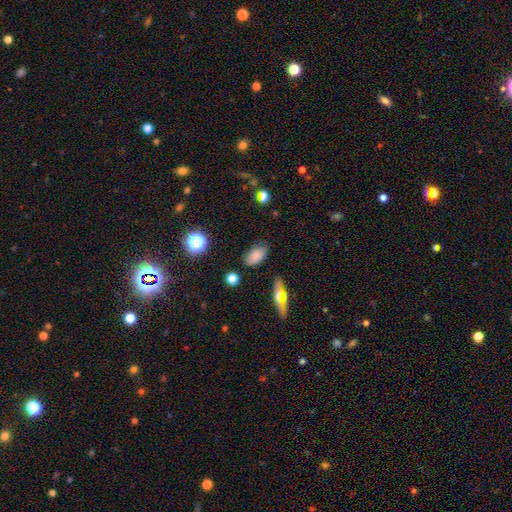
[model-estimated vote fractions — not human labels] Smooth or featured? Predicted: smooth (p=0.78). How rounded? Predicted: in between (p=0.91). Merging? Predicted: none (p=0.77).